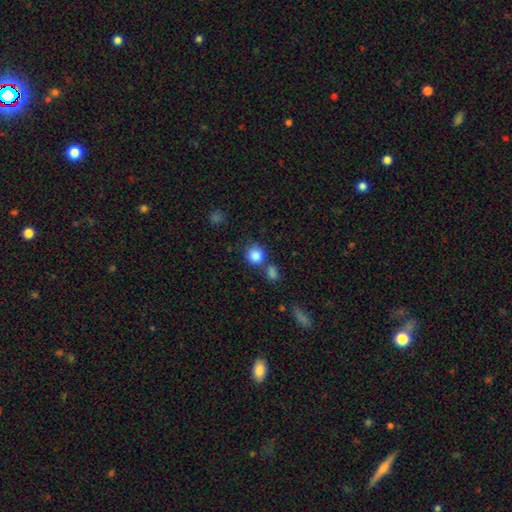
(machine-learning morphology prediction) type=smooth (85%); roundness=round (89%); merging=none (62%).